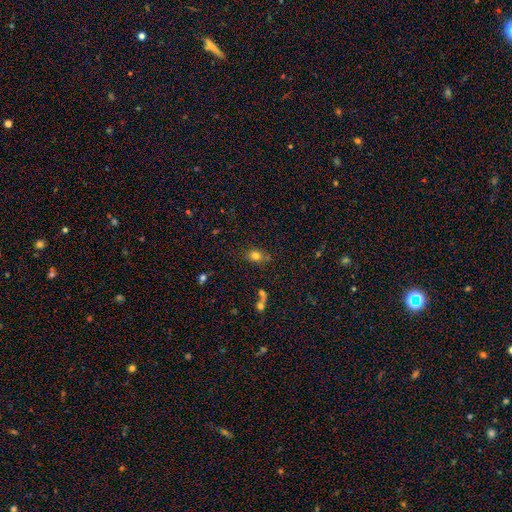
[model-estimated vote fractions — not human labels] smooth 78%, star or artifact 13%, featured or disk 9%. Down the decision tree: how rounded — in between (54%); merging — none (72%).